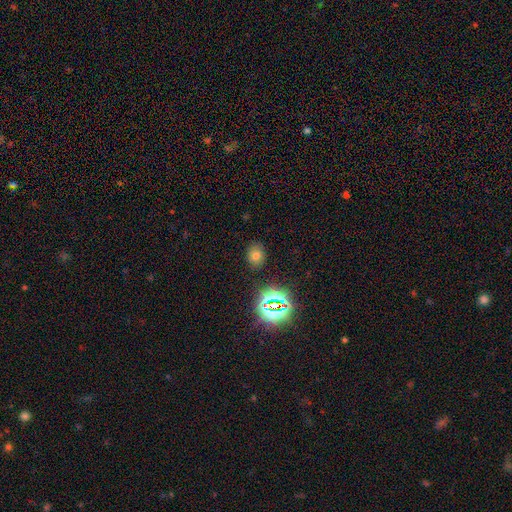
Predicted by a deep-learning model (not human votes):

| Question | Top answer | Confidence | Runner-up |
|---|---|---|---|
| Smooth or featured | smooth | 67% | star or artifact (24%) |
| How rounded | round | 56% | in between (43%) |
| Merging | none | 85% | minor disturbance (10%) |